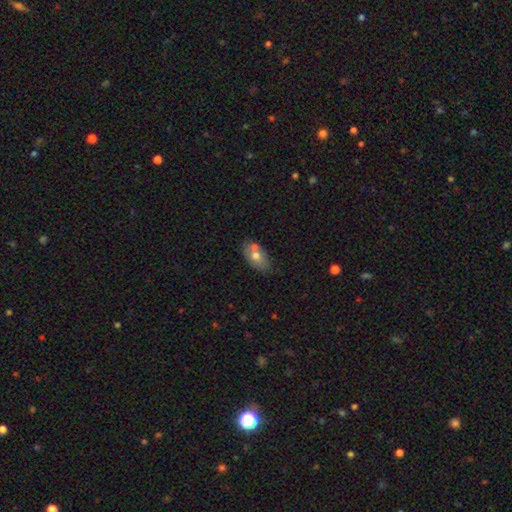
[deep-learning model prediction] This appears to be a smooth galaxy with no disk features (68%) that is in between round and cigar-shaped (89%). Merging: none (59%).